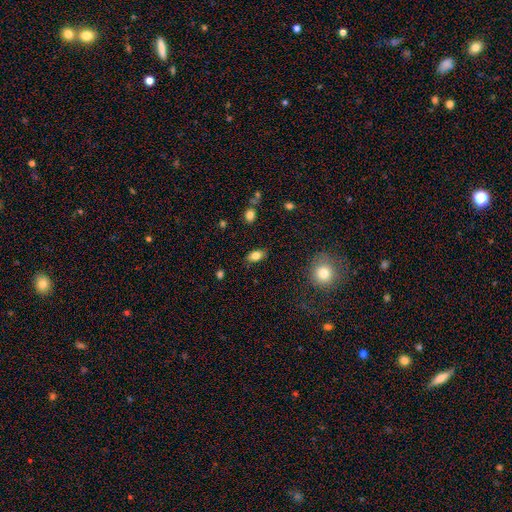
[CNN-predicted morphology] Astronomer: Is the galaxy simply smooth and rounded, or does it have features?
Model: smooth — 80%.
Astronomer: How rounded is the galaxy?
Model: in between — 87%.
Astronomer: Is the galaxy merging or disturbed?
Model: none — 85%.